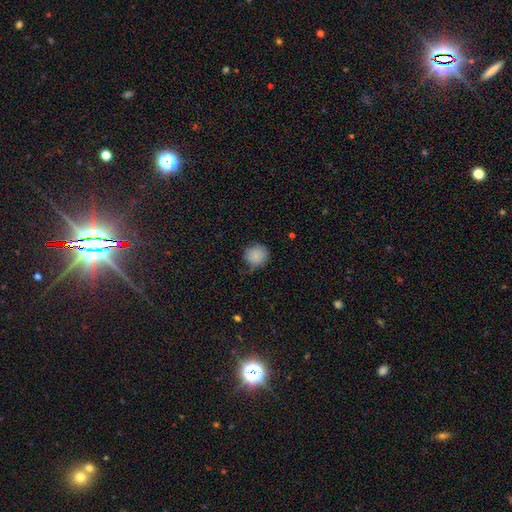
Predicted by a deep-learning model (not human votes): A smooth galaxy with no disk features (86%) that is round (88%). Merging: none (70%).